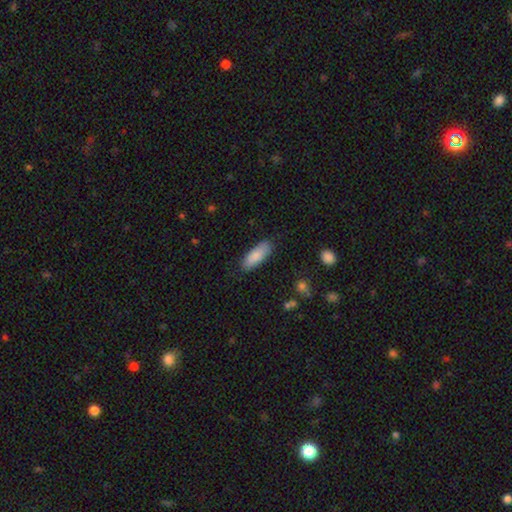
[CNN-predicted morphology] smooth-or-featured: smooth: 86% | featured or disk: 8% | star or artifact: 6%
  how-rounded: in between: 70% | cigar-shaped: 28% | round: 2%
  merging: none: 83% | minor disturbance: 13% | major disturbance: 3% | merger: 1%